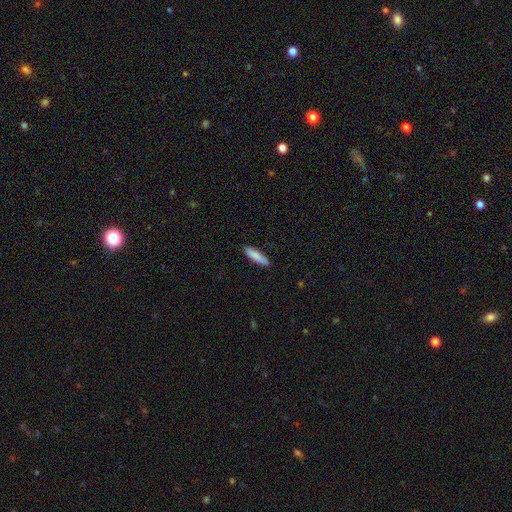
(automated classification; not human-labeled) Overall: smooth (86%). How rounded: cigar-shaped (79%). Merging: none (90%).